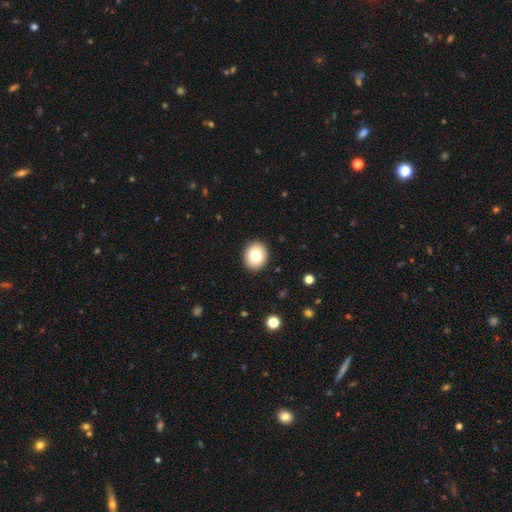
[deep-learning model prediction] This appears to be a smooth galaxy with no disk features (80%) that is round (66%). Merging: none (92%).